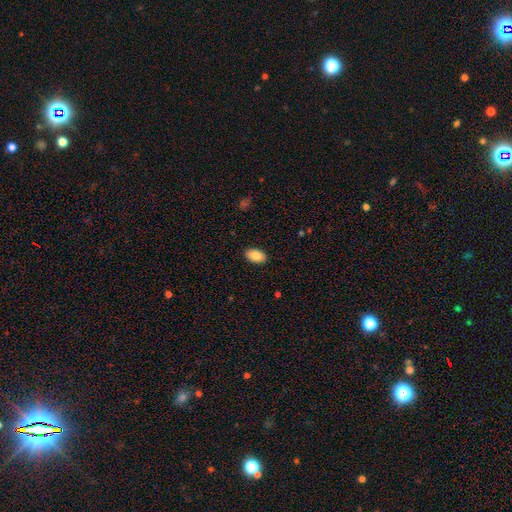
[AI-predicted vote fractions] A smooth galaxy with no disk features (85%) that is in between round and cigar-shaped (94%).

Vote fractions:
- Smooth or featured? smooth: 85% / featured or disk: 8% / star or artifact: 7%
- How rounded? in between: 94% / round: 5% / cigar-shaped: 1%
- Merging? none: 89% / minor disturbance: 8% / major disturbance: 2% / merger: 1%